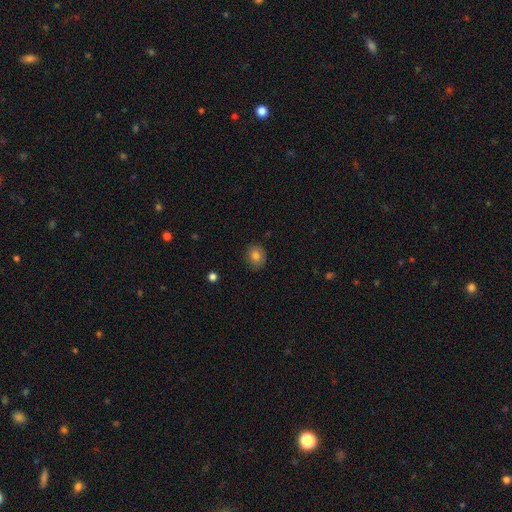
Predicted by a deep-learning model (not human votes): Smooth or featured?
  - smooth: 81% *
  - star or artifact: 10%
  - featured or disk: 9%
How rounded?
  - round: 70% *
  - in between: 29%
  - cigar-shaped: 1%
Merging?
  - none: 84% *
  - minor disturbance: 12%
  - major disturbance: 3%
  - merger: 1%